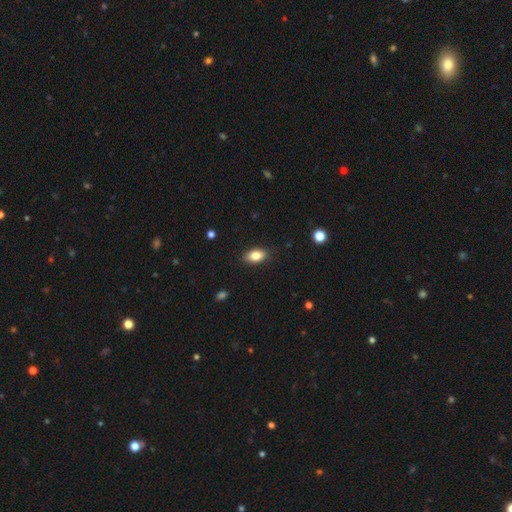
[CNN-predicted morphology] Overall: smooth (84%). How rounded: in between (89%). Merging: none (86%).